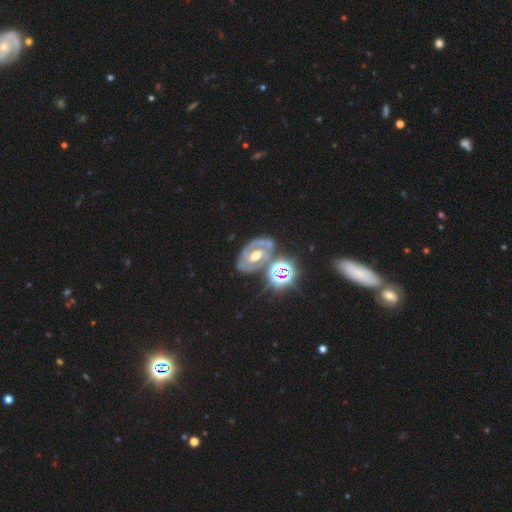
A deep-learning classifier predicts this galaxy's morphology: Q: Smooth or featured?
A: featured or disk (72%); runner-up: star or artifact (15%)
Q: Edge-on disk?
A: no (96%); runner-up: yes (4%)
Q: Bar?
A: no (41%); runner-up: weak (35%)
Q: Spiral arms?
A: yes (67%); runner-up: no (33%)
Q: Bulge size?
A: moderate (70%); runner-up: small (15%)
Q: Merging?
A: none (59%); runner-up: minor disturbance (19%)